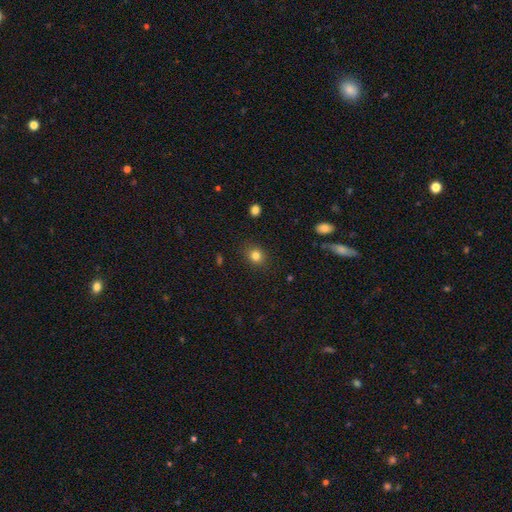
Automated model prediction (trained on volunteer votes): Smooth or featured? smooth (82%)
How rounded? round (73%)
Merging? none (88%)